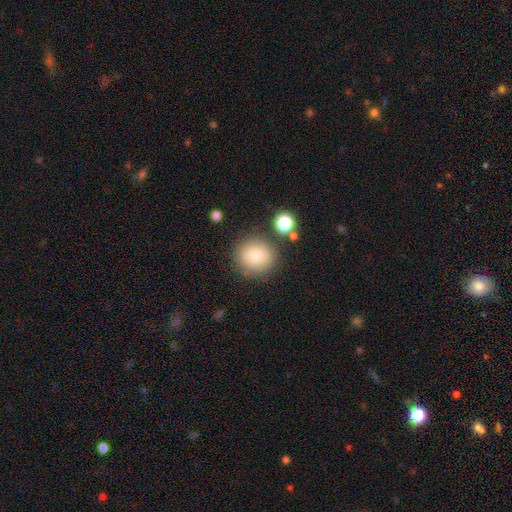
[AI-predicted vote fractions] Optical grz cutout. It shows a smooth galaxy with no disk features (83%) that is round (91%). Merging: none (82%).